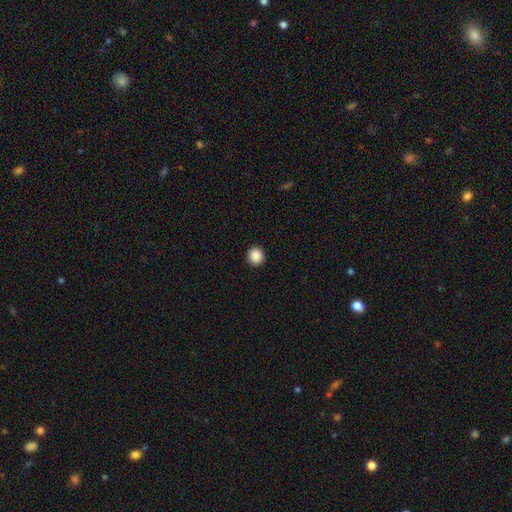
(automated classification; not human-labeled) The model was most divided on "how rounded": round: 88%, in between: 11%, cigar-shaped: 1%. More confident: merging — none (93%); smooth or featured — smooth (89%).